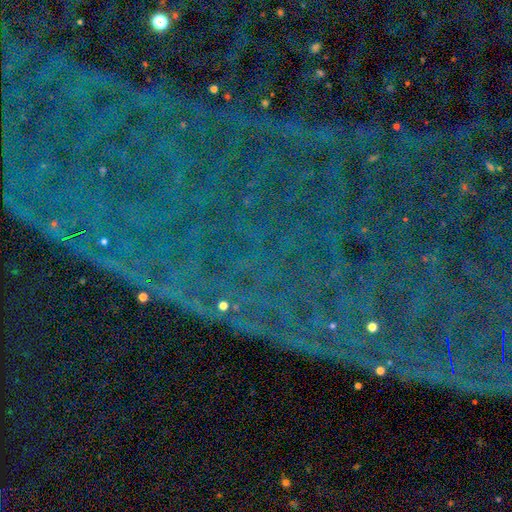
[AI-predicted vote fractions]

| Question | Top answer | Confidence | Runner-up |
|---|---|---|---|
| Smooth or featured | star or artifact | 85% | featured or disk (8%) |